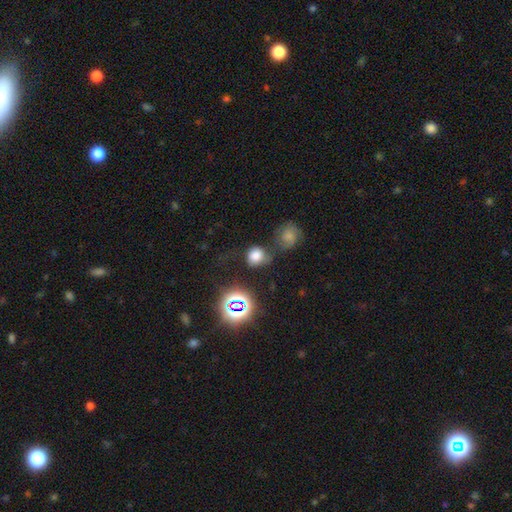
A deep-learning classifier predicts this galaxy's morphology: Smooth or featured? Predicted: smooth (p=0.69). How rounded? Predicted: round (p=0.73). Merging? Predicted: none (p=0.46).